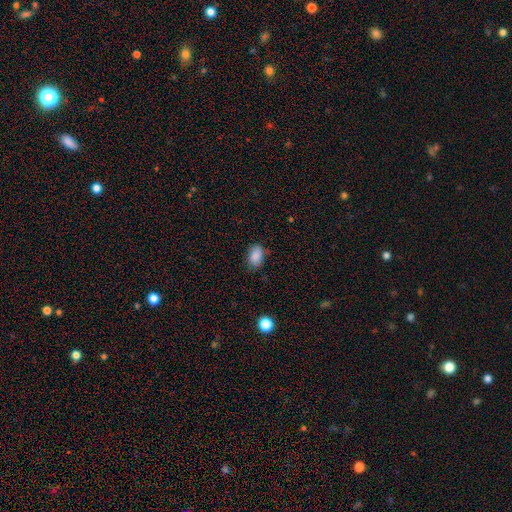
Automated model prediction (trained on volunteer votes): smooth_or_featured: smooth (p=0.87) [alt: star or artifact p=0.08]
how_rounded: in between (p=0.87) [alt: round p=0.12]
merging: none (p=0.76) [alt: minor disturbance p=0.19]